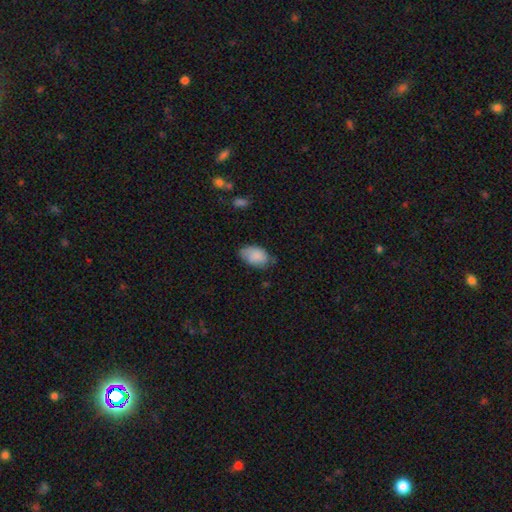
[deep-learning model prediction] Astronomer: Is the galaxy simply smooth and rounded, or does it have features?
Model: smooth — 83%.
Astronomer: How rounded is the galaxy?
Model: in between — 92%.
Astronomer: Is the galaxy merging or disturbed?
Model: none — 62%.